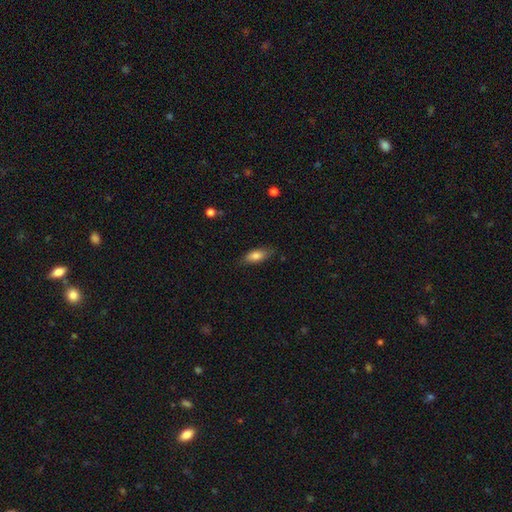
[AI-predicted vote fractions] Smooth or featured? smooth (80%)
How rounded? in between (79%)
Merging? none (78%)